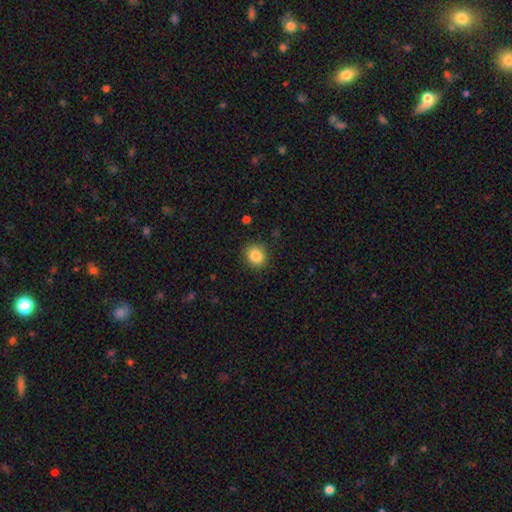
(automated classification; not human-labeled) smooth_or_featured: smooth (p=0.86) [alt: star or artifact p=0.10]
how_rounded: round (p=0.76) [alt: in between p=0.23]
merging: none (p=0.87) [alt: minor disturbance p=0.09]